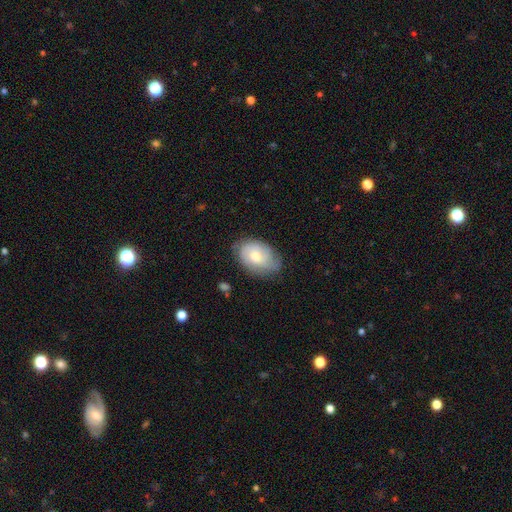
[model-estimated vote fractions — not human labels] Smooth or featured? featured or disk (47%)
Merging? none (69%)